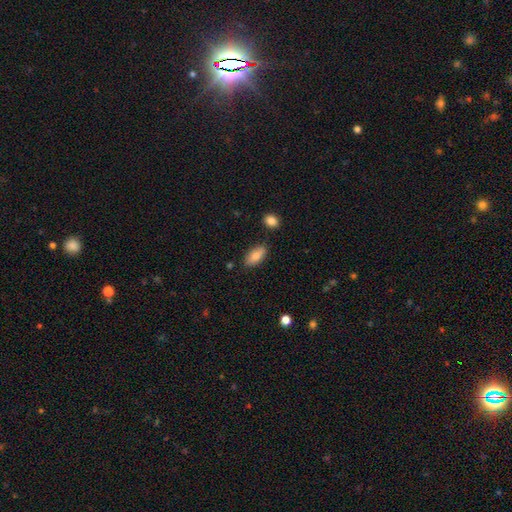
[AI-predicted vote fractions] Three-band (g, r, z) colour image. It shows a smooth galaxy with no disk features (81%) that is in between round and cigar-shaped (85%). Merging: none (82%).